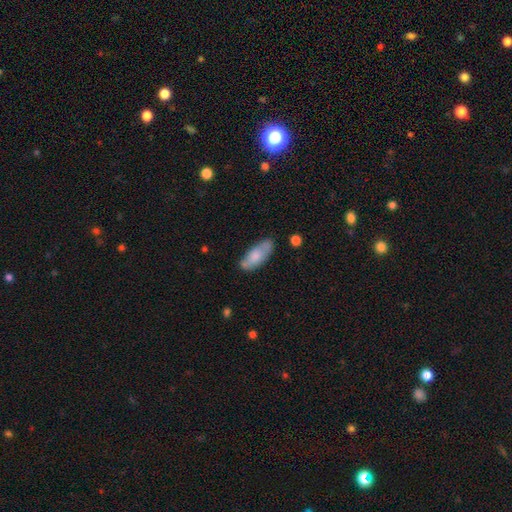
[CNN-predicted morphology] The model was most divided on "merging": none: 70%, minor disturbance: 21%, major disturbance: 4%, merger: 4%. More confident: how rounded — in between (76%); smooth or featured — smooth (73%).